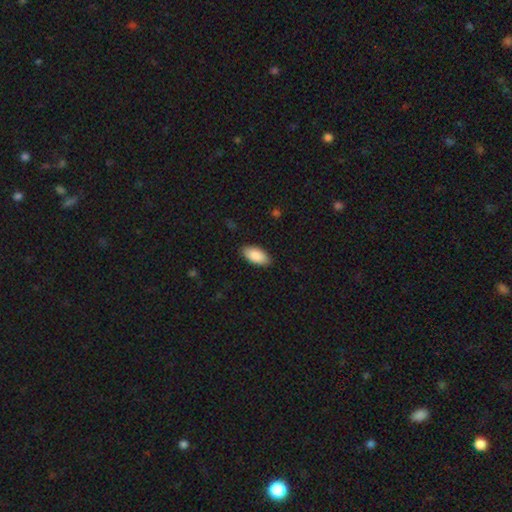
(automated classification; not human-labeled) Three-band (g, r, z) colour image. It shows a smooth galaxy with no disk features (89%) that is in between round and cigar-shaped (94%). Merging: none (88%).